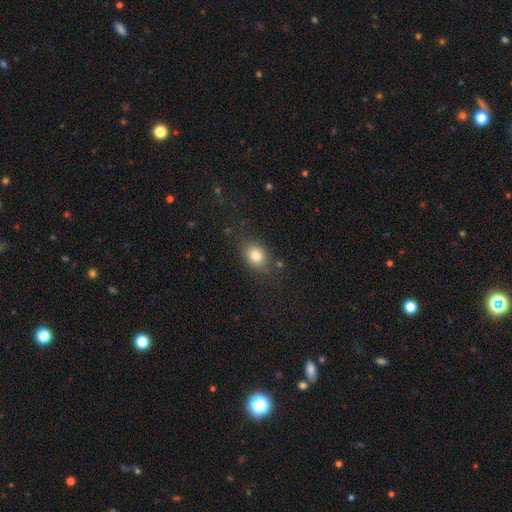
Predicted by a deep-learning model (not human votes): This appears to be a smooth galaxy with no disk features (80%) that is in between round and cigar-shaped (57%). Merging: none (77%).